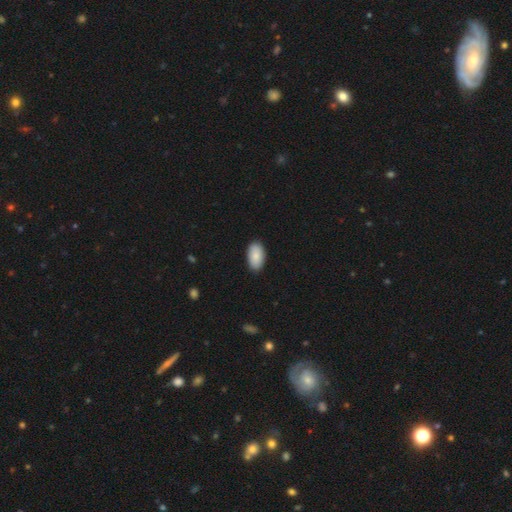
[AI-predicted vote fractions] This is clearly a smooth galaxy (87%). How rounded: clearly in between (95%). Merging: clearly none (89%).